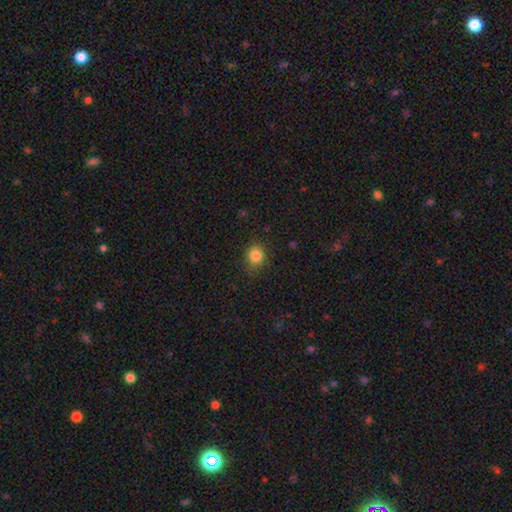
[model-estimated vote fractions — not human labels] Q: Smooth or featured?
A: smooth (85%); runner-up: star or artifact (11%)
Q: How rounded?
A: round (76%); runner-up: in between (23%)
Q: Merging?
A: none (82%); runner-up: minor disturbance (13%)